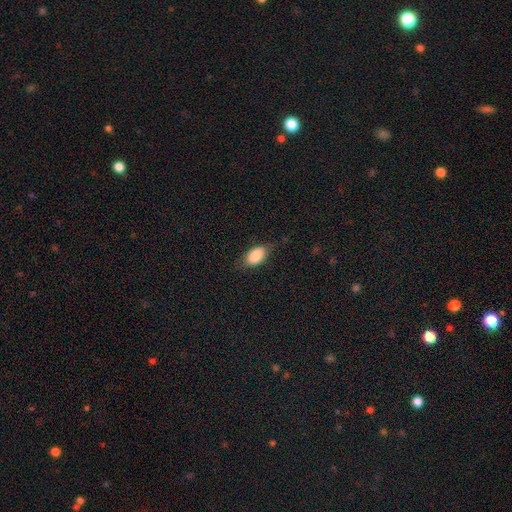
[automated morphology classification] Overall: smooth (86%). How rounded: in between (91%). Merging: none (74%).